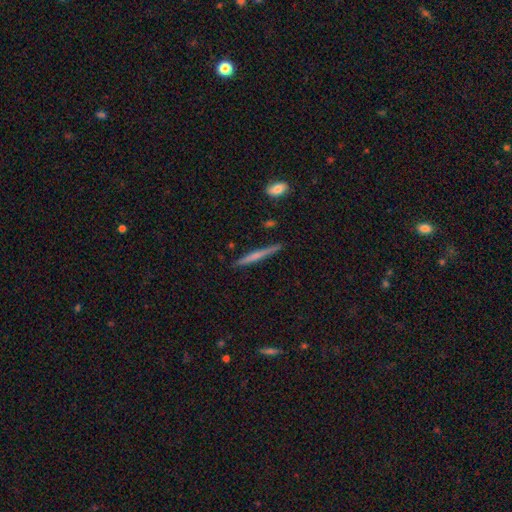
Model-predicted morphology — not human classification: Smooth or featured? smooth (51%)
How rounded? cigar-shaped (95%)
Merging? none (88%)